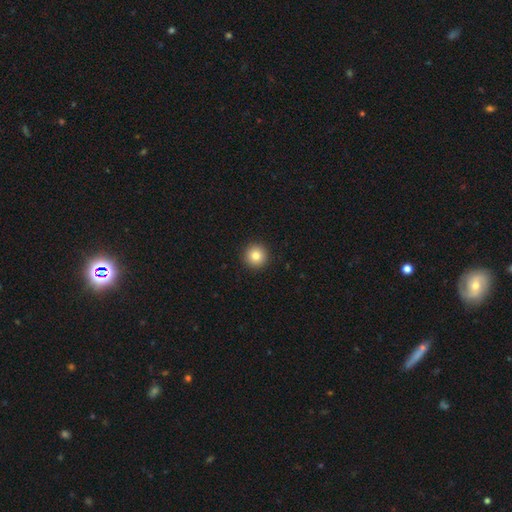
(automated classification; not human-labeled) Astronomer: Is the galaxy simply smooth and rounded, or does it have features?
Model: smooth — 83%.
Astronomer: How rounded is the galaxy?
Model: round — 96%.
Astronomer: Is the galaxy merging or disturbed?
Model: none — 93%.